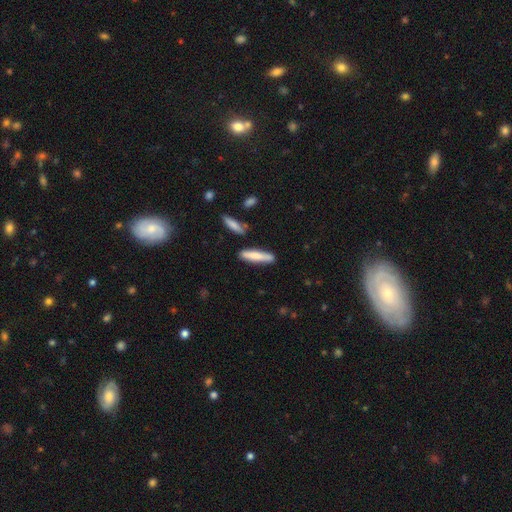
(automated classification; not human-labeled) Q: Smooth or featured?
A: smooth (75%); runner-up: featured or disk (19%)
Q: How rounded?
A: cigar-shaped (84%); runner-up: in between (15%)
Q: Merging?
A: none (79%); runner-up: minor disturbance (13%)